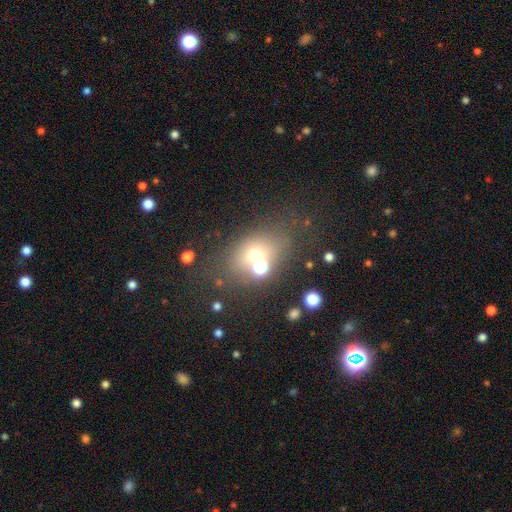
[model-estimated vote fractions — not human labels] Smooth or featured: smooth — 60% (star or artifact — 21%)
How rounded: in between — 49% (tied with round — 49%)
Merging: none — 54% (merger — 25%)